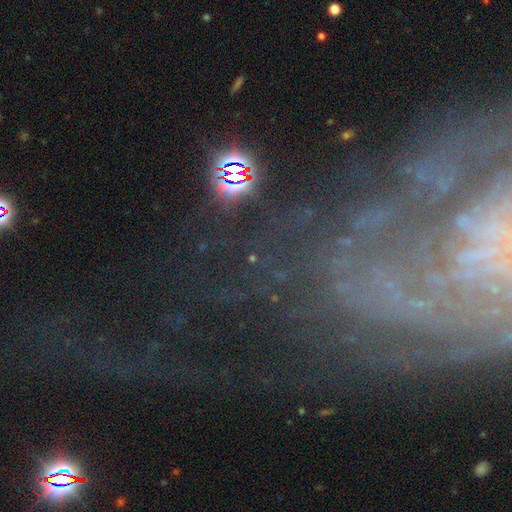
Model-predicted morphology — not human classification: This is possibly a featured or disk galaxy (49%). Merging: likely none (61%).